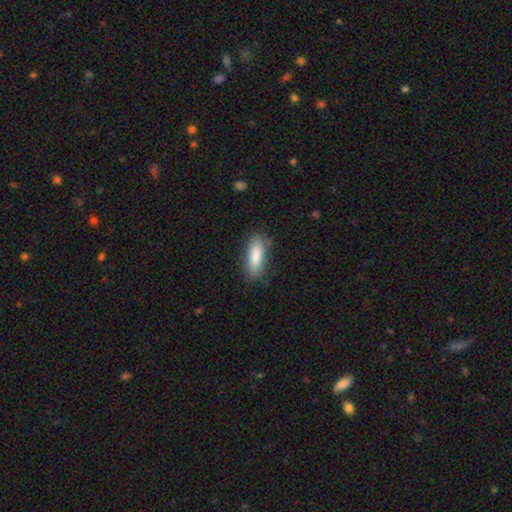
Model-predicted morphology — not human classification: Overall: smooth (84%). How rounded: in between (65%; cigar-shaped 33%). Merging: none (81%).